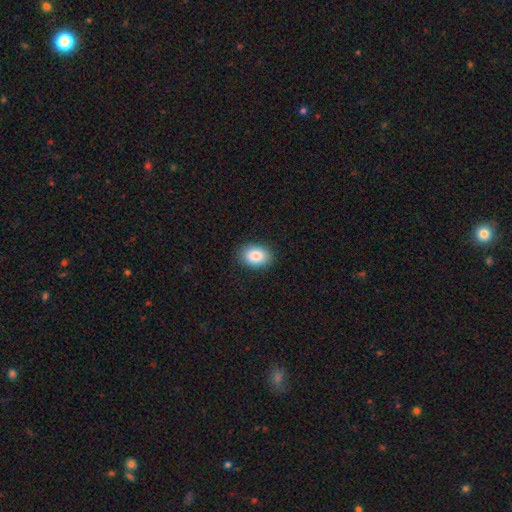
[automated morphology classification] Smooth or featured? Predicted: smooth (p=0.86). How rounded? Predicted: in between (p=0.76). Merging? Predicted: none (p=0.89).